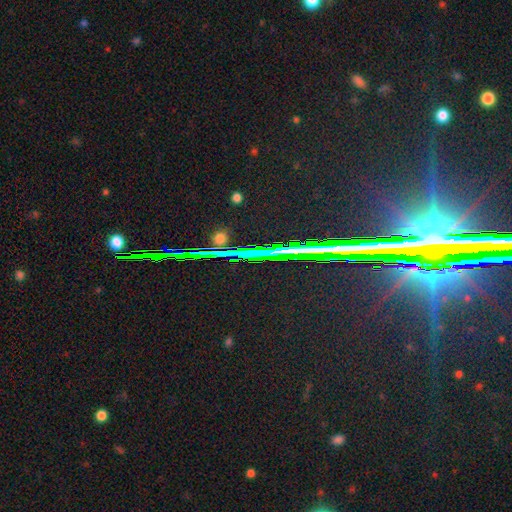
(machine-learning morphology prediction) star or artifact 84%, featured or disk 10%, smooth 7%.